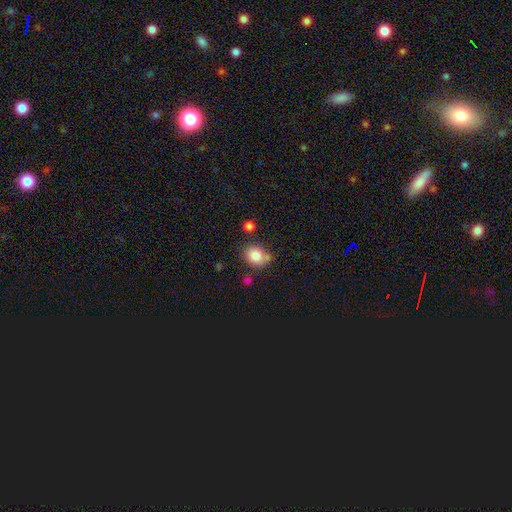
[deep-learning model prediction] Smooth or featured?
  - smooth: 83% *
  - star or artifact: 10%
  - featured or disk: 7%
How rounded?
  - round: 51% *
  - in between: 48%
  - cigar-shaped: 1%
Merging?
  - none: 63% *
  - minor disturbance: 22%
  - merger: 10%
  - major disturbance: 6%